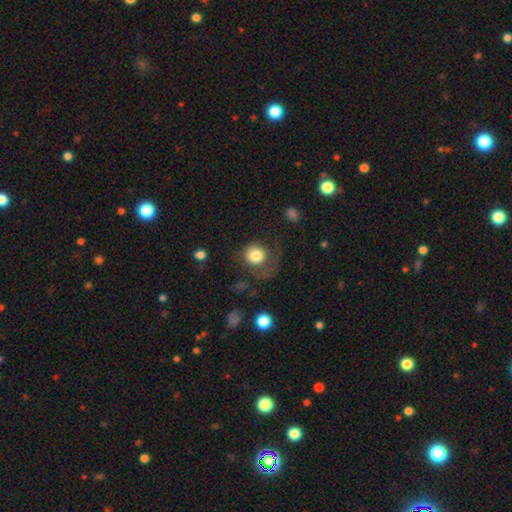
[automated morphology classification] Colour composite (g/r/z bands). It shows a smooth galaxy with no disk features (80%) that is round (83%). Merging: none (47%).